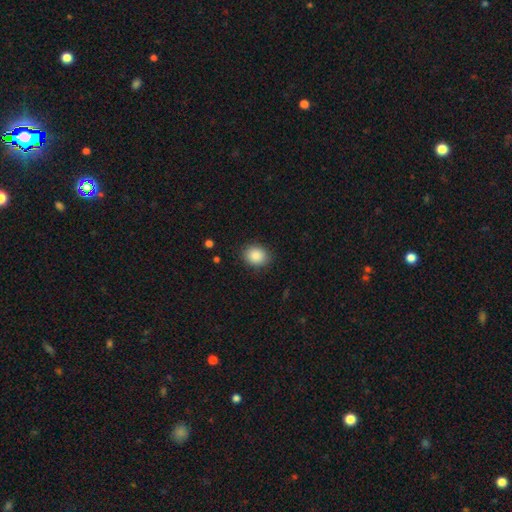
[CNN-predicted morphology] smooth-or-featured: smooth: 88% | star or artifact: 8% | featured or disk: 4%
  how-rounded: round: 53% | in between: 46% | cigar-shaped: 1%
  merging: none: 87% | minor disturbance: 9% | major disturbance: 3% | merger: 1%